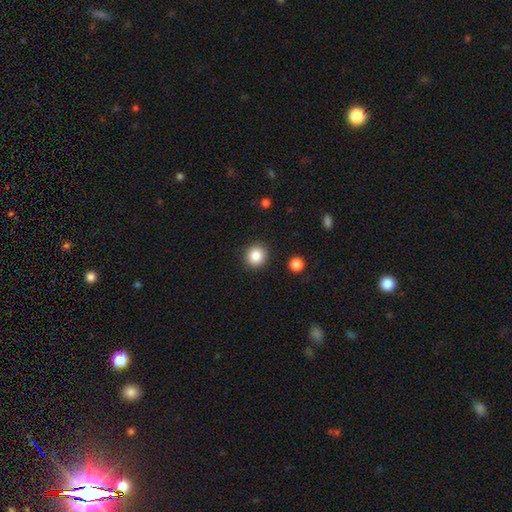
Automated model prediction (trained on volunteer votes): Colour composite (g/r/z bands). It shows a smooth galaxy with no disk features (86%) that is round (90%). Merging: none (90%).